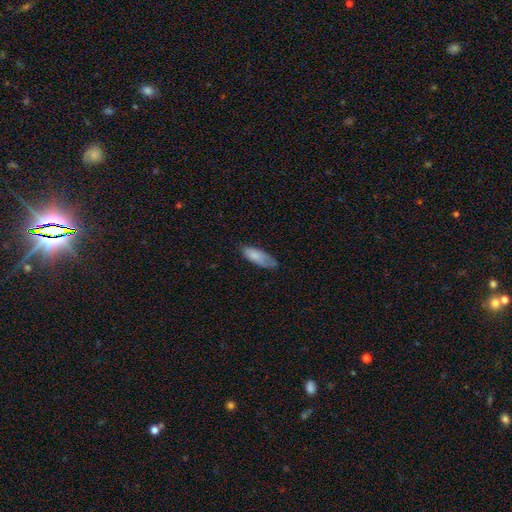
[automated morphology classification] Smooth or featured?
  - smooth: 81% *
  - featured or disk: 12%
  - star or artifact: 6%
How rounded?
  - in between: 69% *
  - cigar-shaped: 30%
  - round: 2%
Merging?
  - none: 58% *
  - minor disturbance: 32%
  - major disturbance: 9%
  - merger: 2%